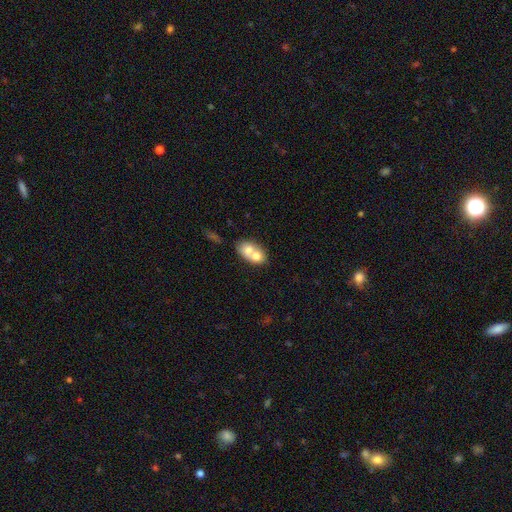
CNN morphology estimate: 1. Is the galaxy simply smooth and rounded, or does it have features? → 67% smooth, 25% featured or disk, 8% star or artifact.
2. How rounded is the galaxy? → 60% in between, 38% round, 2% cigar-shaped.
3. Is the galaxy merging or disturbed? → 70% merger, 20% none, 6% minor disturbance, 3% major disturbance.